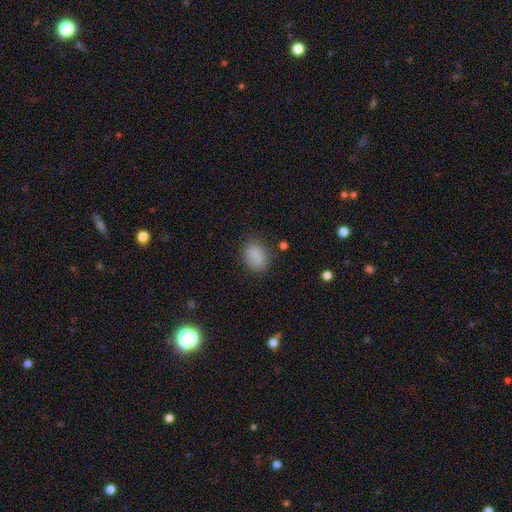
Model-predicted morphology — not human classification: Smooth or featured?
  - smooth: 84% *
  - star or artifact: 9%
  - featured or disk: 7%
How rounded?
  - in between: 68% *
  - round: 30%
  - cigar-shaped: 1%
Merging?
  - none: 77% *
  - minor disturbance: 16%
  - major disturbance: 5%
  - merger: 2%